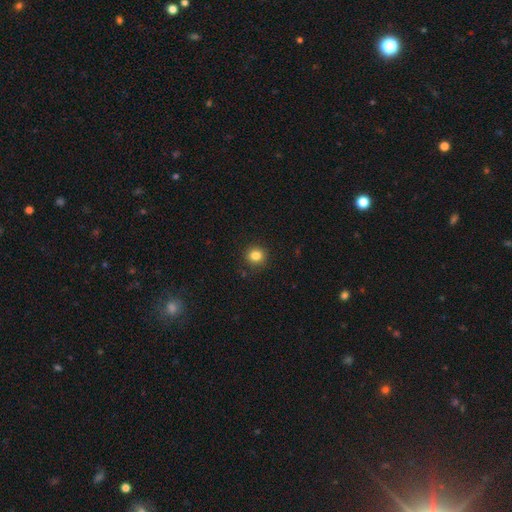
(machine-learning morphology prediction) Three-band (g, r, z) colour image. It shows a smooth galaxy with no disk features (83%) that is round (89%). Merging: none (90%).